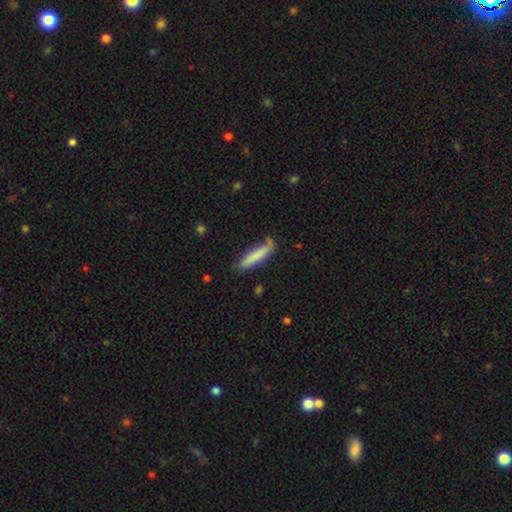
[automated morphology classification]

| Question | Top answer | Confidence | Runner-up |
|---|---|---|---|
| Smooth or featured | smooth | 79% | featured or disk (15%) |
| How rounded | cigar-shaped | 88% | in between (11%) |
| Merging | none | 69% | minor disturbance (22%) |